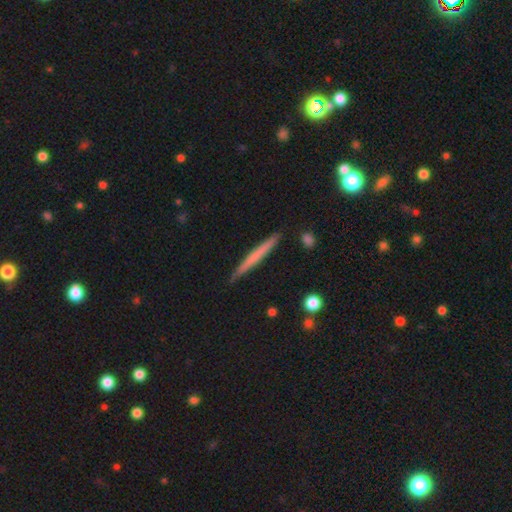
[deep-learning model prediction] This is possibly a smooth galaxy (56%). How rounded: clearly cigar-shaped (97%). Merging: clearly none (90%).